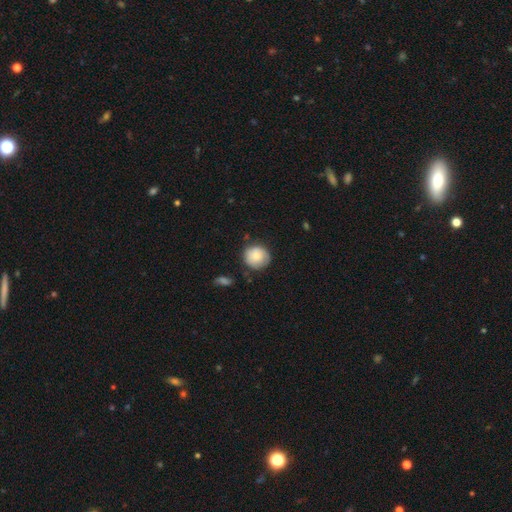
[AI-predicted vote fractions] A smooth galaxy with no disk features (77%) that is round (90%). Merging: none (74%).